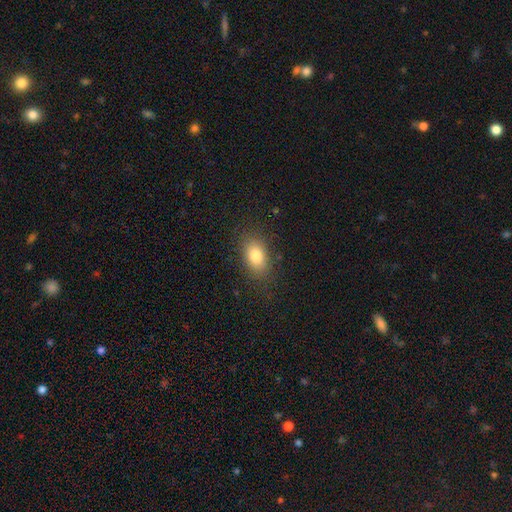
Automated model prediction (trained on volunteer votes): Smooth or featured? Predicted: smooth (p=0.81). How rounded? Predicted: in between (p=0.84). Merging? Predicted: none (p=0.83).